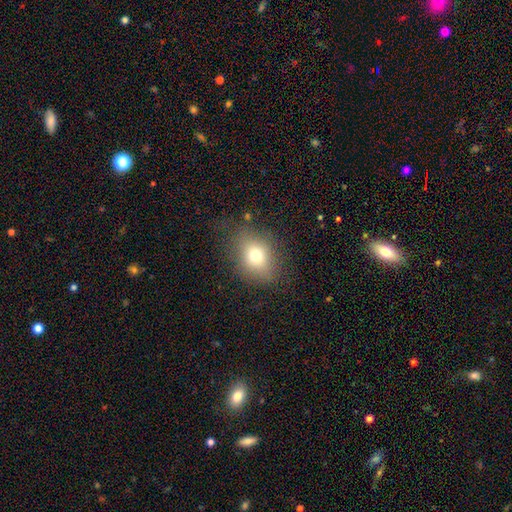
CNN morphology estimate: smooth_or_featured: smooth (p=0.72) [alt: featured or disk p=0.14]
how_rounded: round (p=0.51) [alt: in between p=0.48]
merging: none (p=0.73) [alt: minor disturbance p=0.17]